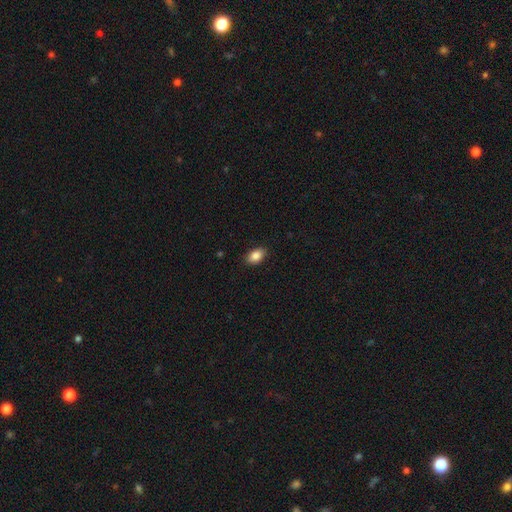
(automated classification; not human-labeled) Overall: smooth (86%). How rounded: in between (89%). Merging: none (88%).